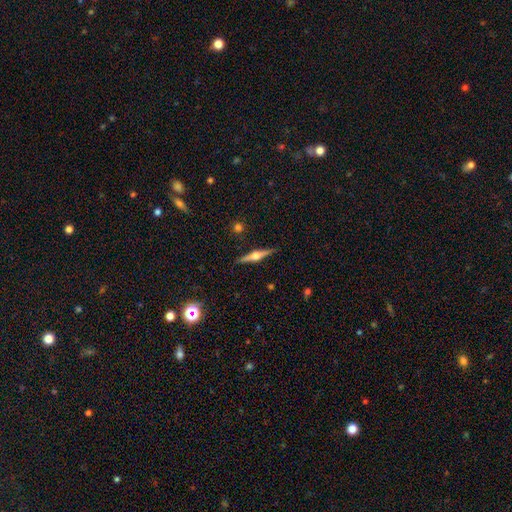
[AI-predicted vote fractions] smooth-or-featured: featured or disk: 75% | smooth: 19% | star or artifact: 6%
  disk-edge-on: yes: 98% | no: 2%
    edge-on-bulge: rounded: 94% | boxy: 4% | none: 2%
  merging: none: 90% | minor disturbance: 7% | major disturbance: 1% | merger: 1%